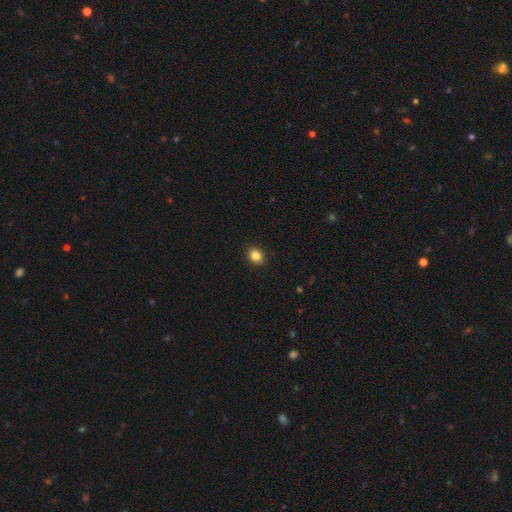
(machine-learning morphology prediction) This is clearly a smooth galaxy (85%). How rounded: likely round (70%). Merging: clearly none (92%).